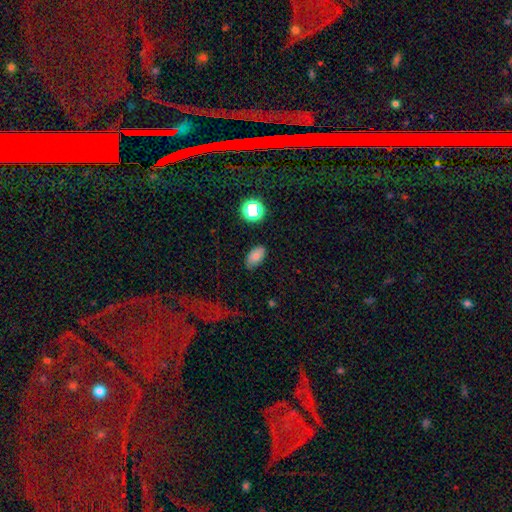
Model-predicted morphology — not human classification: Smooth or featured? smooth (81%)
How rounded? in between (90%)
Merging? none (82%)